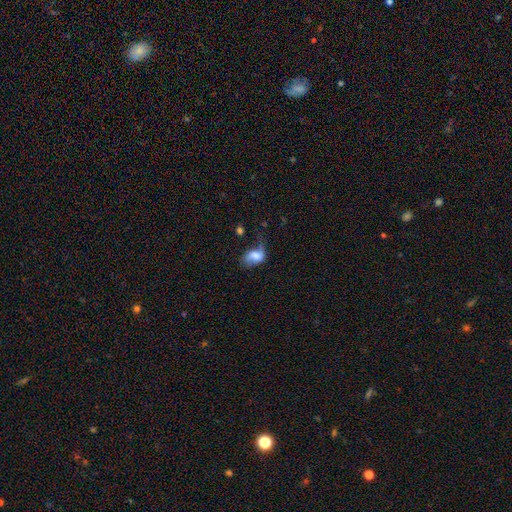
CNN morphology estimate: The model was most divided on "merging": major disturbance: 41%, minor disturbance: 27%, none: 25%, merger: 6%. More confident: how rounded — in between (80%); smooth or featured — smooth (59%).